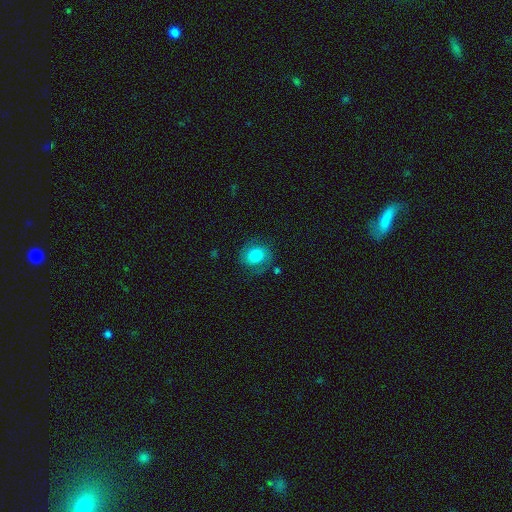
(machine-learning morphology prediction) This appears to be a smooth galaxy with no disk features (48%). Merging: none (73%).